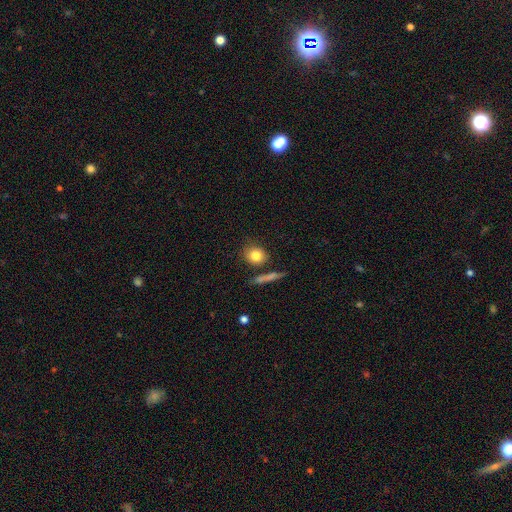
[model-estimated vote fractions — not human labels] Smooth or featured: smooth — 81% (featured or disk — 10%)
How rounded: round — 73% (in between — 24%)
Merging: none — 76% (minor disturbance — 12%)